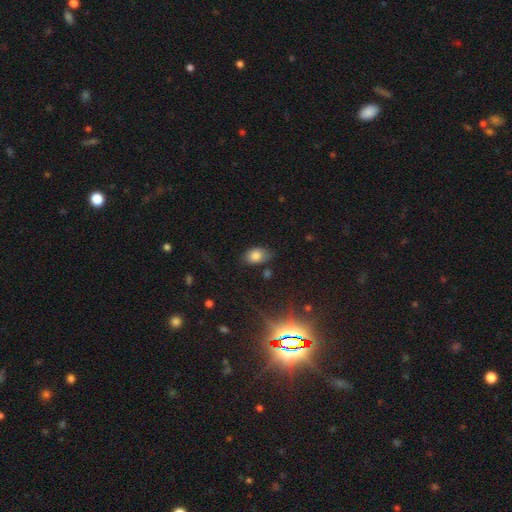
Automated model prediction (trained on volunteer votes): smooth 80%, star or artifact 11%, featured or disk 9%. Down the decision tree: how rounded — in between (84%); merging — none (72%).